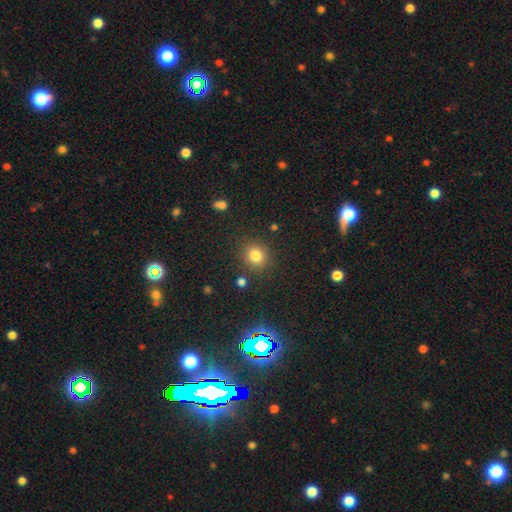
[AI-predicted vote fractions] Smooth or featured? Predicted: smooth (p=0.80). How rounded? Predicted: round (p=0.83). Merging? Predicted: none (p=0.85).